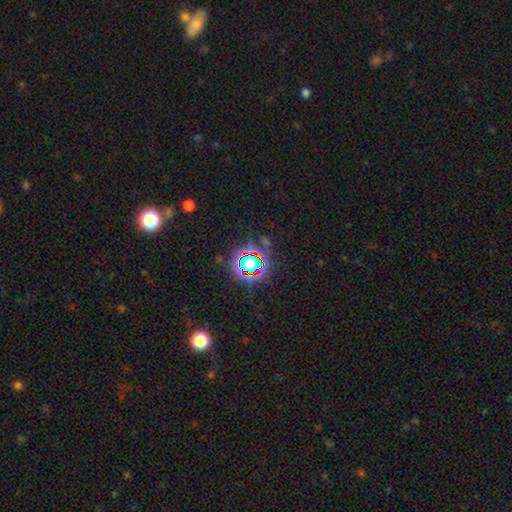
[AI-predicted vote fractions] smooth_or_featured: star or artifact (p=0.79) [alt: smooth p=0.13]